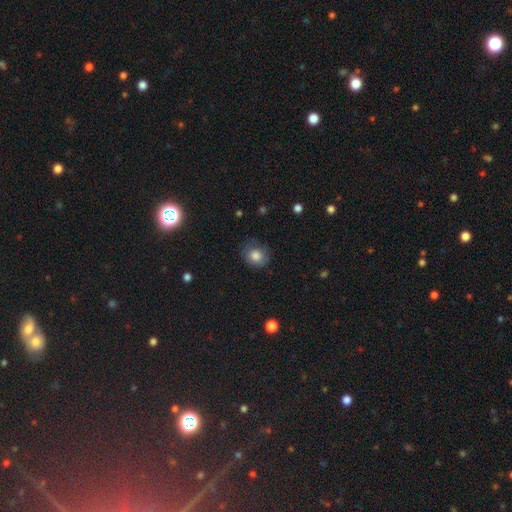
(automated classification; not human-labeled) Q: Smooth or featured?
A: smooth (81%); runner-up: featured or disk (10%)
Q: How rounded?
A: round (65%); runner-up: in between (34%)
Q: Merging?
A: none (69%); runner-up: minor disturbance (23%)